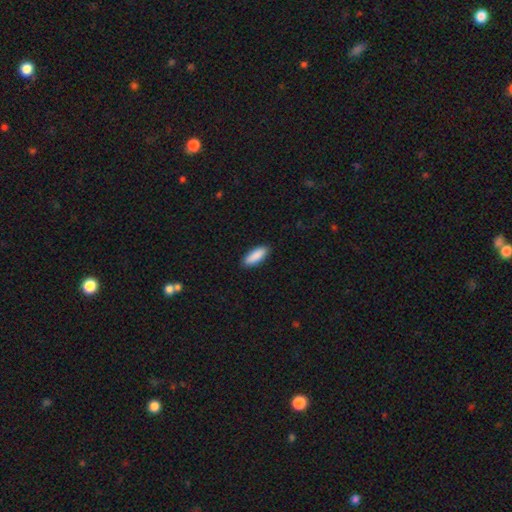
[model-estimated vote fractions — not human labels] Q: Smooth or featured?
A: smooth (90%); runner-up: star or artifact (6%)
Q: How rounded?
A: in between (64%); runner-up: cigar-shaped (34%)
Q: Merging?
A: none (90%); runner-up: minor disturbance (8%)